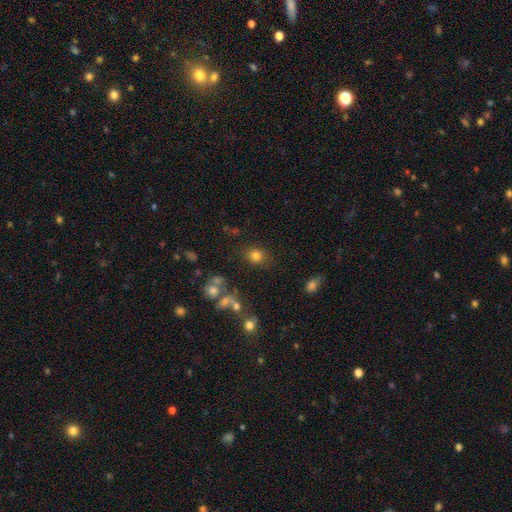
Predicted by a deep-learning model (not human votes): Smooth or featured: smooth — 79% (star or artifact — 13%)
How rounded: round — 69% (in between — 30%)
Merging: none — 80% (minor disturbance — 11%)